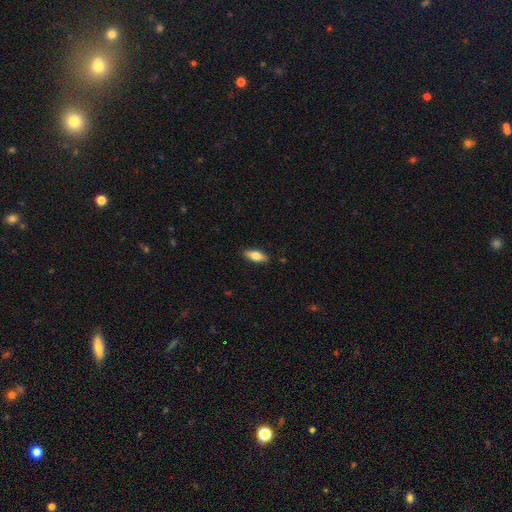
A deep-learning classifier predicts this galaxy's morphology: A smooth galaxy with no disk features (75%) that is in between round and cigar-shaped (70%). Merging: none (88%).